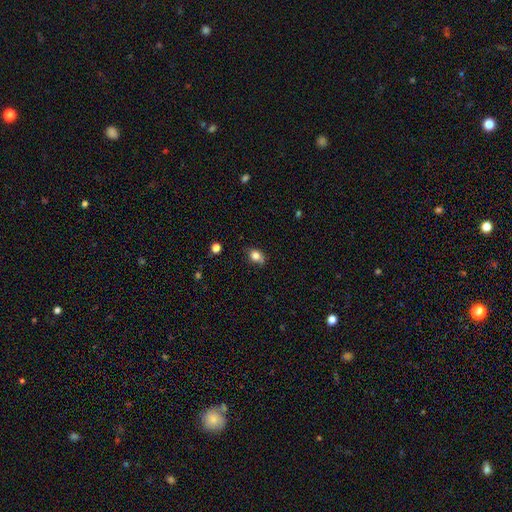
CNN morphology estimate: A smooth galaxy with no disk features (79%) that is in between round and cigar-shaped (55%).

Vote fractions:
- Smooth or featured? smooth: 79% / star or artifact: 11% / featured or disk: 9%
- How rounded? in between: 55% / round: 43% / cigar-shaped: 2%
- Merging? none: 63% / minor disturbance: 27% / major disturbance: 6% / merger: 5%